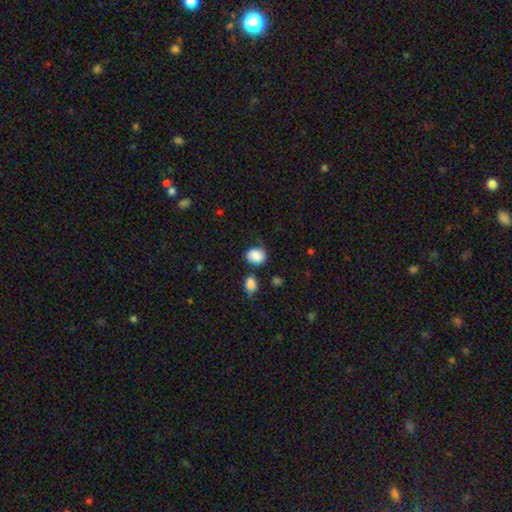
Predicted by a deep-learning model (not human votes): The model was most divided on "how rounded": round: 52%, in between: 47%, cigar-shaped: 1%. More confident: smooth or featured — smooth (82%); merging — none (55%).